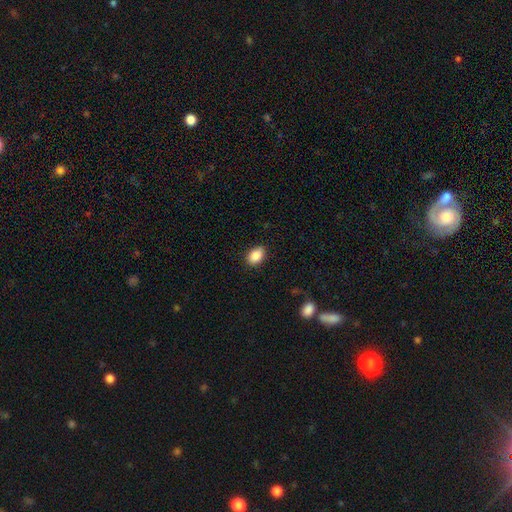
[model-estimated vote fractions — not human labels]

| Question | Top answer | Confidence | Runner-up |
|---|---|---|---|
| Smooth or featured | smooth | 89% | star or artifact (8%) |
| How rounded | in between | 81% | round (18%) |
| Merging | none | 87% | minor disturbance (10%) |